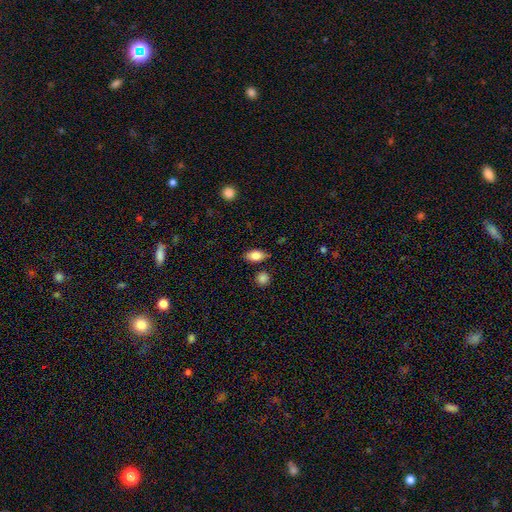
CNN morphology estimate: A smooth galaxy with no disk features (81%) that is in between round and cigar-shaped (86%). Merging: none (80%).